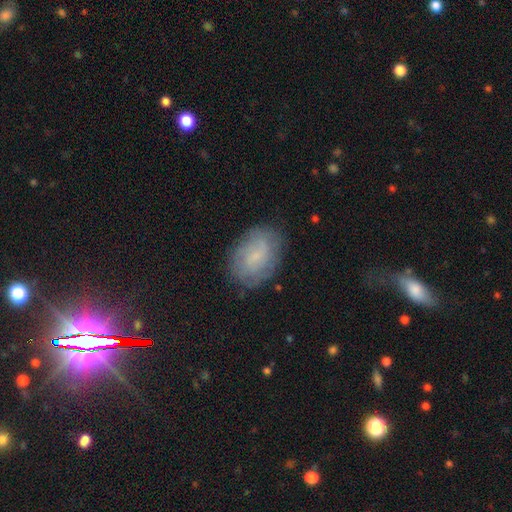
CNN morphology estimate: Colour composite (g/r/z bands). It shows a smooth galaxy with no disk features (47%). Merging: none (78%).